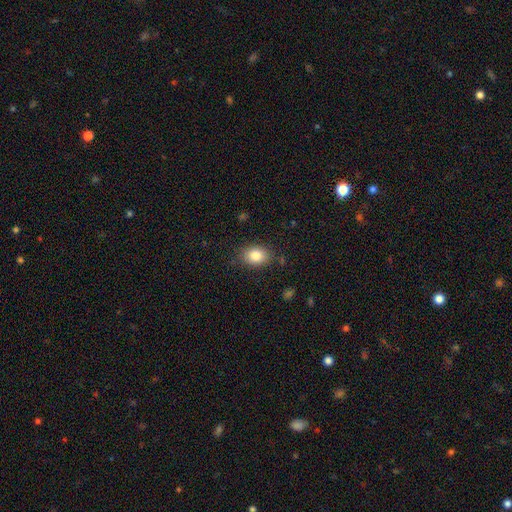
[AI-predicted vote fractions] Smooth or featured? smooth (83%)
How rounded? in between (67%)
Merging? none (82%)